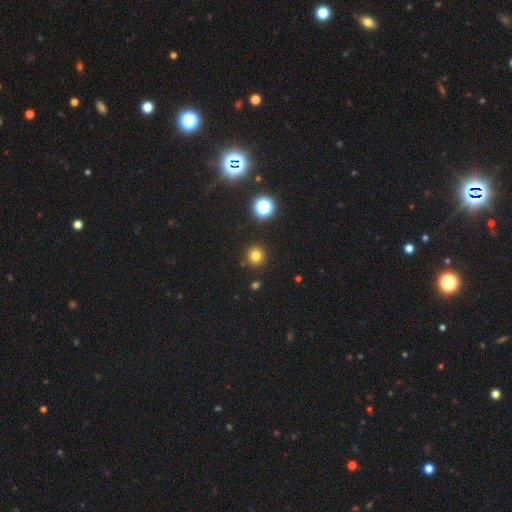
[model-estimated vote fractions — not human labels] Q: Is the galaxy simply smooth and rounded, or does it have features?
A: smooth — 77%.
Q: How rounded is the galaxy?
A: round — 94%.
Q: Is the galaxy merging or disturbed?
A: none — 91%.